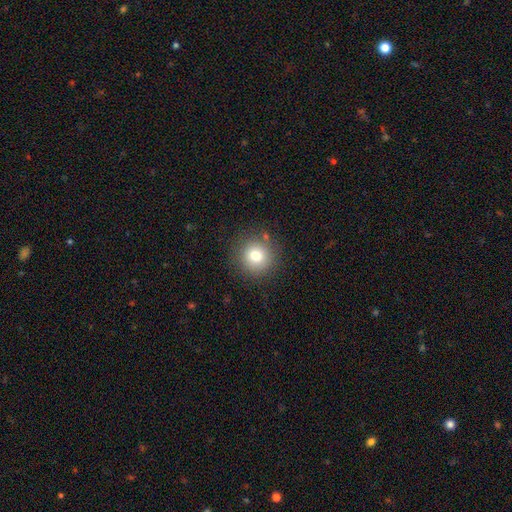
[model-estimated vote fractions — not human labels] Q: Smooth or featured?
A: smooth (77%); runner-up: star or artifact (13%)
Q: How rounded?
A: round (94%); runner-up: in between (5%)
Q: Merging?
A: none (86%); runner-up: minor disturbance (8%)